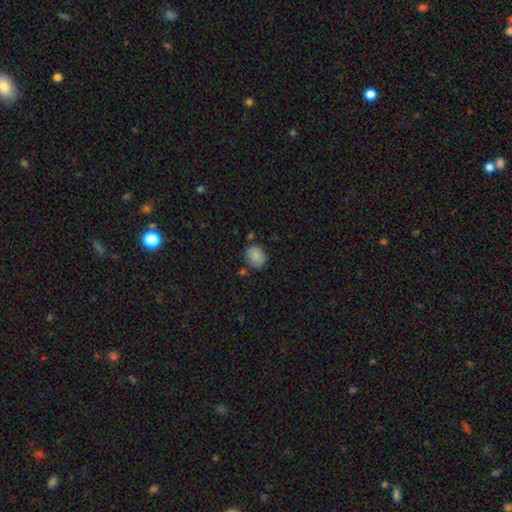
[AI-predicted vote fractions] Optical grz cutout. It shows a smooth galaxy with no disk features (84%) that is round (56%). Merging: none (74%).